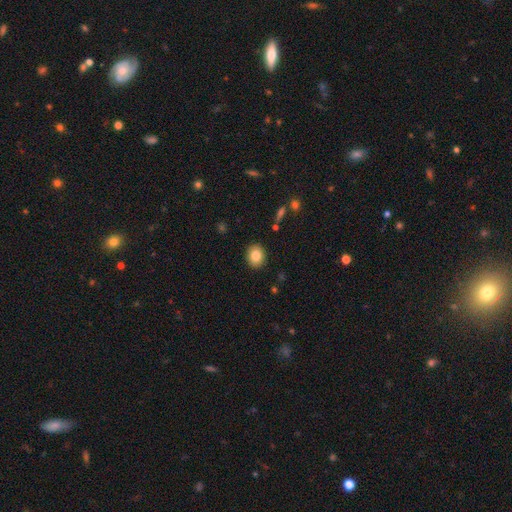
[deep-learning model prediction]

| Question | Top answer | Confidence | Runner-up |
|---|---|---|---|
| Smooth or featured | smooth | 82% | star or artifact (9%) |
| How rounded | round | 61% | in between (39%) |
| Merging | none | 90% | minor disturbance (7%) |